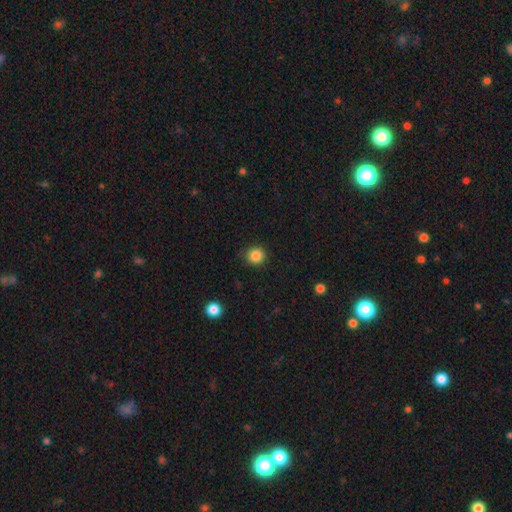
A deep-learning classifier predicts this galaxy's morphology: smooth_or_featured: smooth (p=0.86) [alt: star or artifact p=0.11]
how_rounded: round (p=0.91) [alt: in between p=0.08]
merging: none (p=0.88) [alt: minor disturbance p=0.09]